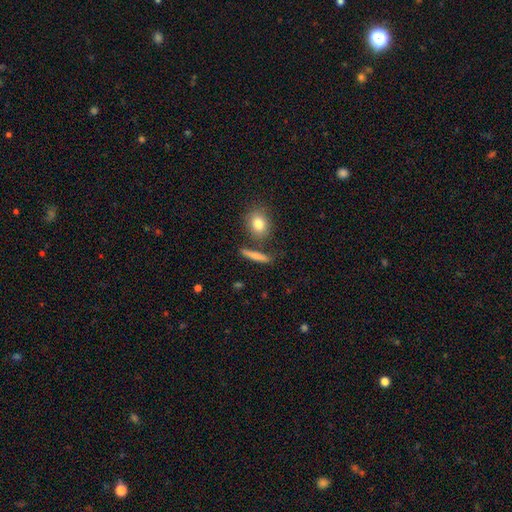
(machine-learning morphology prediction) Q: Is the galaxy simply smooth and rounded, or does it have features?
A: smooth — 74%.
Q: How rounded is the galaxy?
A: cigar-shaped — 73%.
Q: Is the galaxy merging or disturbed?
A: none — 78%.